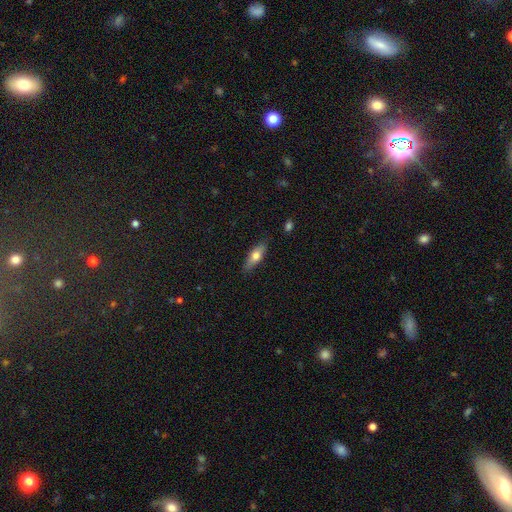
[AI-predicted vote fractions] smooth-or-featured: smooth: 63% | featured or disk: 30% | star or artifact: 6%
  how-rounded: in between: 53% | cigar-shaped: 44% | round: 3%
  merging: none: 85% | minor disturbance: 12% | major disturbance: 2% | merger: 1%